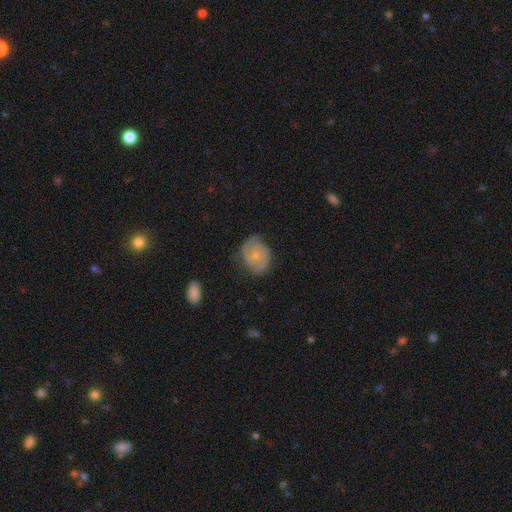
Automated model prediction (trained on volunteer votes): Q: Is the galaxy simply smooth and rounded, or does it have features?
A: featured or disk — 68%.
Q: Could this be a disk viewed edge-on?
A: no — 97%.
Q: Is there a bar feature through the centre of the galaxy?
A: no — 70%.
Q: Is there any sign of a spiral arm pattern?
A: yes — 87%.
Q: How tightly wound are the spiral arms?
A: tight — 43%.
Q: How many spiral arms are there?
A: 2 — 77%.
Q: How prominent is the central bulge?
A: small — 59%.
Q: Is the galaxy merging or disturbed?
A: none — 71%.